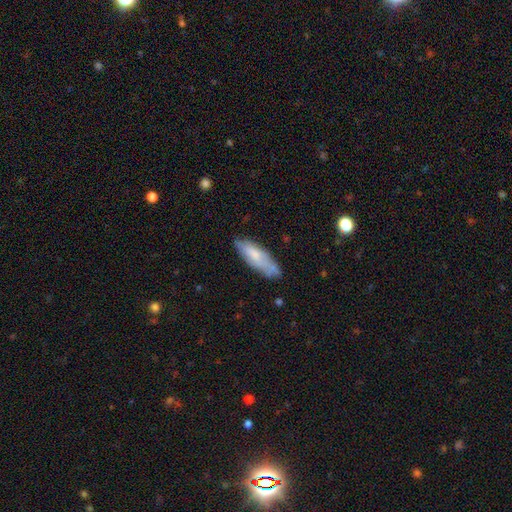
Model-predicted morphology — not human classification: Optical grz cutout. It shows a smooth galaxy with no disk features (65%) that is in between round and cigar-shaped (56%). Merging: none (64%).